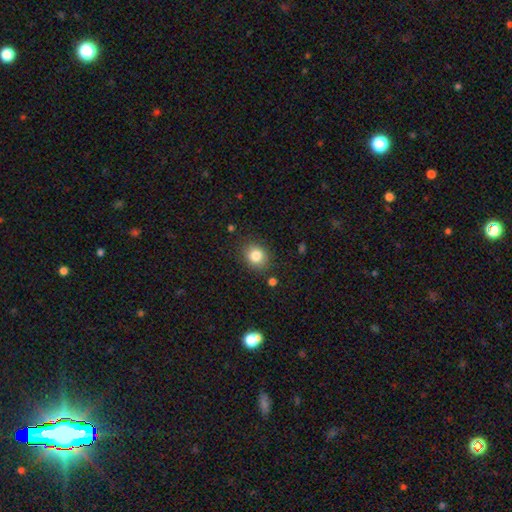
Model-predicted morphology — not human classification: This appears to be a smooth galaxy with no disk features (83%) that is round (68%). Merging: none (85%).